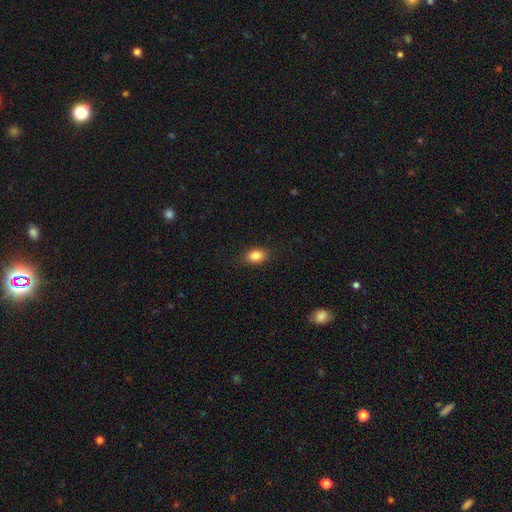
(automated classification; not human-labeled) Morphology: type=smooth (85%); roundness=in between (82%); merging=none (87%).